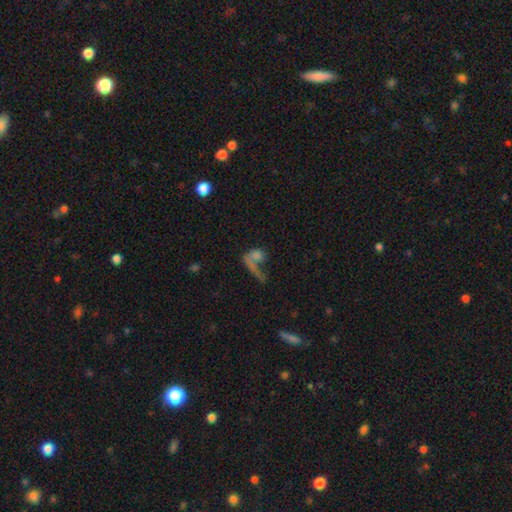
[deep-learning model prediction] Smooth or featured? smooth (54%)
How rounded? in between (53%)
Merging? merger (31%)